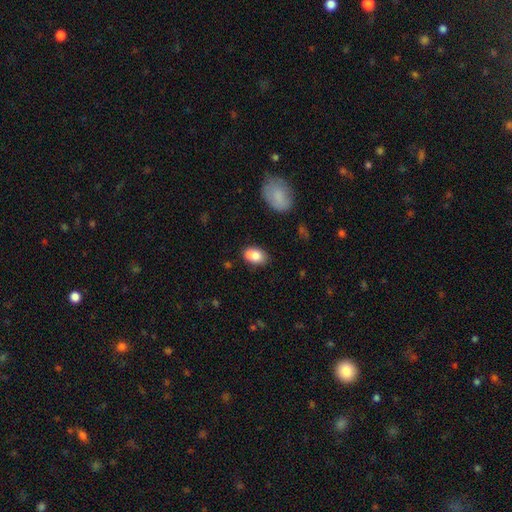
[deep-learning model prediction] smooth-or-featured: smooth: 79% | featured or disk: 13% | star or artifact: 8%
  how-rounded: in between: 83% | round: 15% | cigar-shaped: 2%
  merging: none: 47% | merger: 30% | minor disturbance: 18% | major disturbance: 5%